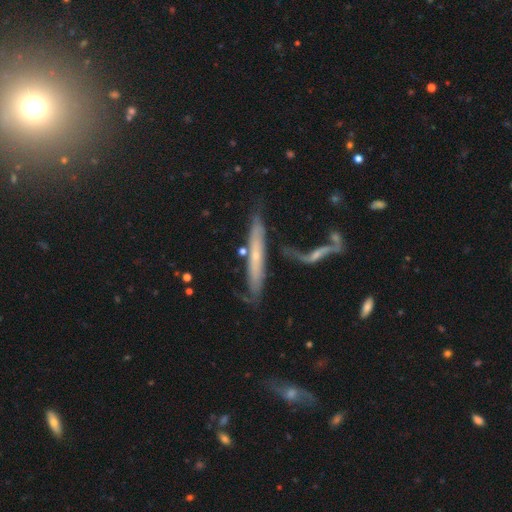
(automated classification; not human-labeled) featured or disk 59%, smooth 33%, star or artifact 9%. Down the decision tree: edge-on disk — yes (74%); merging — none (61%).